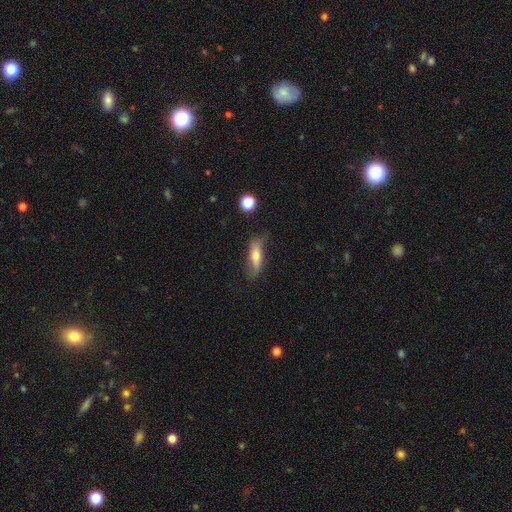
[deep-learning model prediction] Overall: smooth (53%; featured or disk 39%). How rounded: cigar-shaped (52%; in between 45%). Merging: none (59%; minor disturbance 28%).